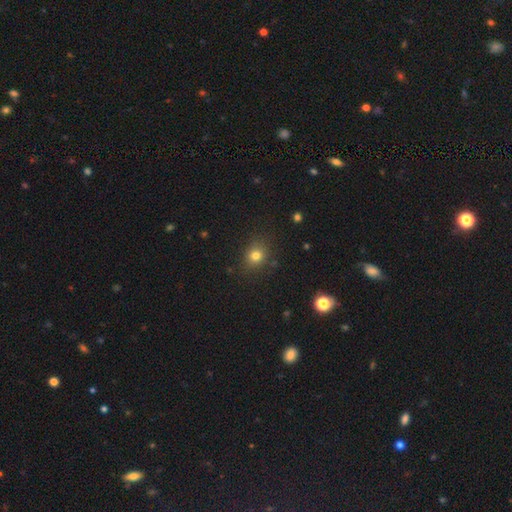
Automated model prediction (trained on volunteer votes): The model was most divided on "how rounded": round: 71%, in between: 28%, cigar-shaped: 1%. More confident: merging — none (84%); smooth or featured — smooth (77%).